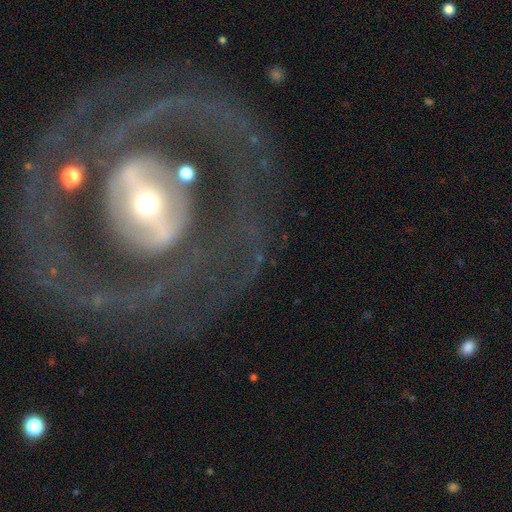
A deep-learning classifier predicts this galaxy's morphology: This appears to be a featured or disk galaxy (84%) with a strong bar (50%), 2 (68%) medium (43%) spiral arms (78%) and a moderate central bulge (48%). Merging: none (68%).